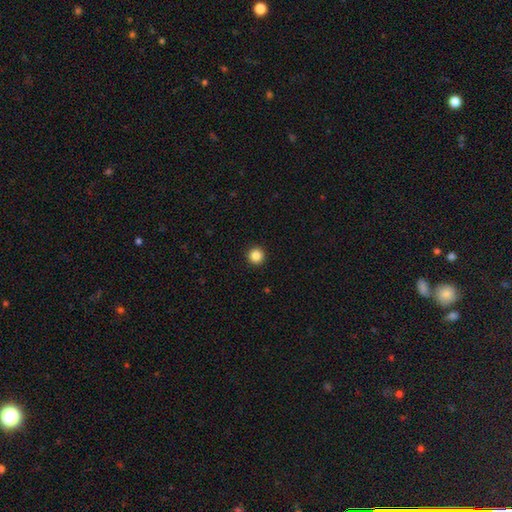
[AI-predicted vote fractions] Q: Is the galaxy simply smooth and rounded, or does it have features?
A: smooth — 87%.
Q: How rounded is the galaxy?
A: round — 96%.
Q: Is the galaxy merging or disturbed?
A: none — 94%.